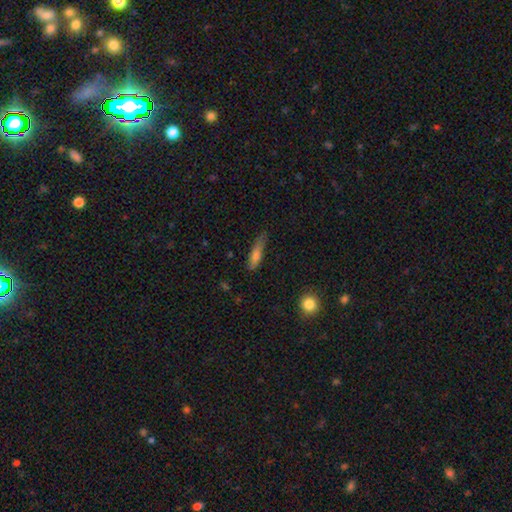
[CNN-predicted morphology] Smooth or featured? Predicted: smooth (p=0.73). How rounded? Predicted: cigar-shaped (p=0.71). Merging? Predicted: none (p=0.55).